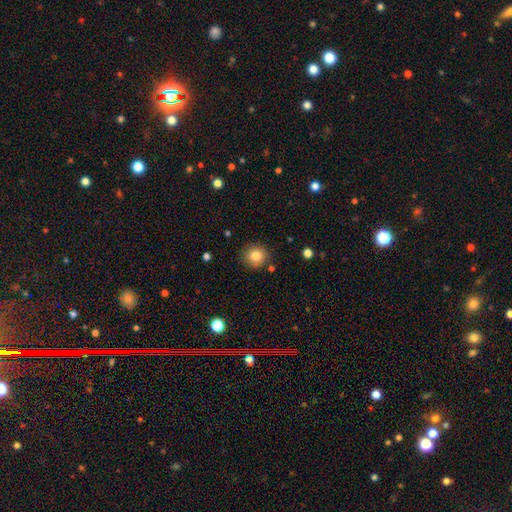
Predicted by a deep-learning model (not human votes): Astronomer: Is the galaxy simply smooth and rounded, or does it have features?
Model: smooth — 83%.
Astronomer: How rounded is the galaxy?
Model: round — 89%.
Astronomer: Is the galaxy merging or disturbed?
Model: none — 86%.